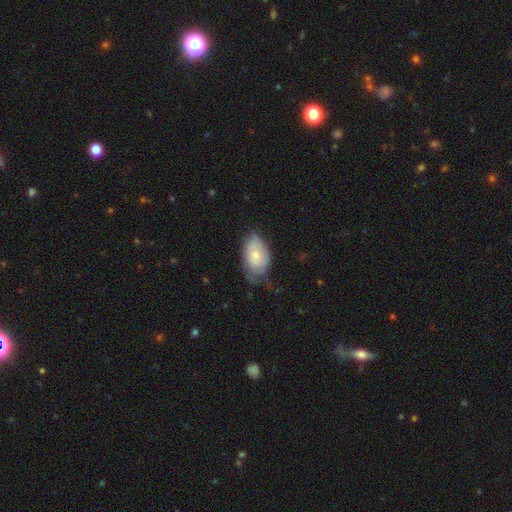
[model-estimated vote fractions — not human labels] Smooth or featured?
  - smooth: 65% *
  - featured or disk: 29%
  - star or artifact: 6%
How rounded?
  - in between: 91% *
  - round: 8%
  - cigar-shaped: 2%
Merging?
  - minor disturbance: 40% *
  - none: 39%
  - major disturbance: 19%
  - merger: 2%